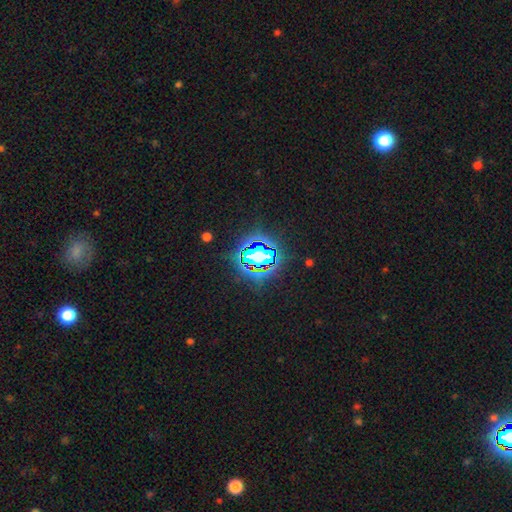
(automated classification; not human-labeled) Morphology: type=star or artifact (82%).